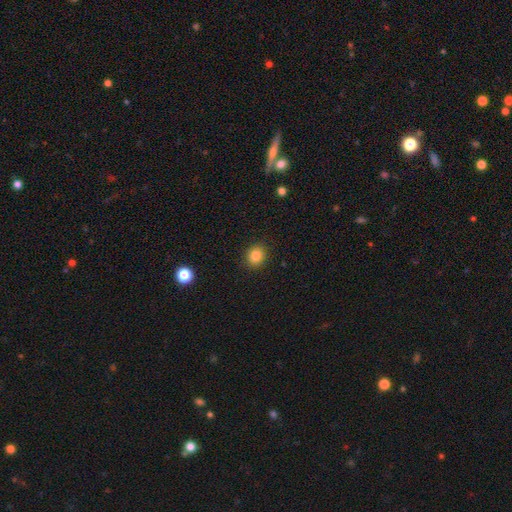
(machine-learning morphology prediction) Smooth or featured?
  - smooth: 84% *
  - star or artifact: 11%
  - featured or disk: 5%
How rounded?
  - round: 69% *
  - in between: 30%
  - cigar-shaped: 1%
Merging?
  - none: 89% *
  - minor disturbance: 7%
  - major disturbance: 2%
  - merger: 1%